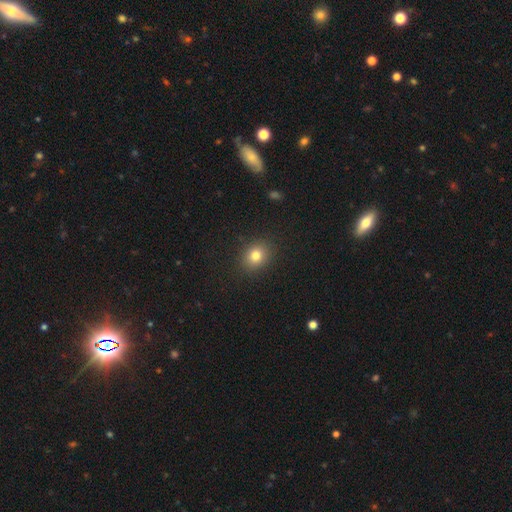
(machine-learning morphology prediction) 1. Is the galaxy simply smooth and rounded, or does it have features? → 80% smooth, 12% star or artifact, 8% featured or disk.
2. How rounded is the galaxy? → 62% round, 37% in between, 1% cigar-shaped.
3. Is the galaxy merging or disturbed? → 88% none, 8% minor disturbance, 3% major disturbance, 1% merger.